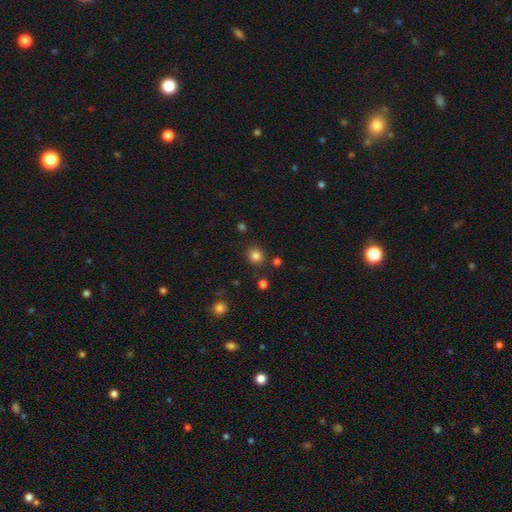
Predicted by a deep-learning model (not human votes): Smooth or featured? Predicted: smooth (p=0.83). How rounded? Predicted: round (p=0.80). Merging? Predicted: none (p=0.85).